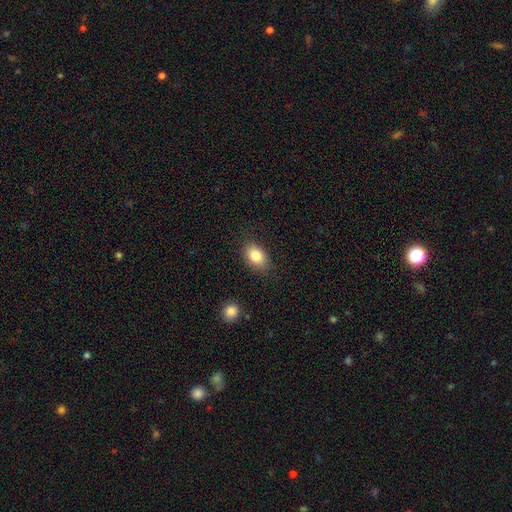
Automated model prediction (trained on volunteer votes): This appears to be a smooth galaxy with no disk features (83%) that is in between round and cigar-shaped (85%). Merging: none (83%).